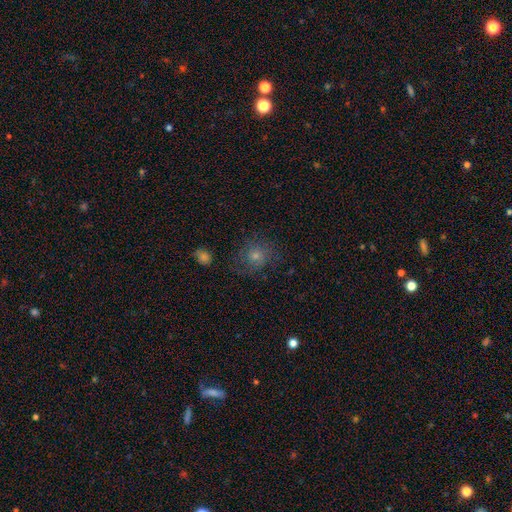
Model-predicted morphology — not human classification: A smooth galaxy with no disk features (46%).

Vote fractions:
- Smooth or featured? smooth: 46% / featured or disk: 31% / star or artifact: 23%
- Merging? none: 72% / minor disturbance: 16% / major disturbance: 9% / merger: 2%